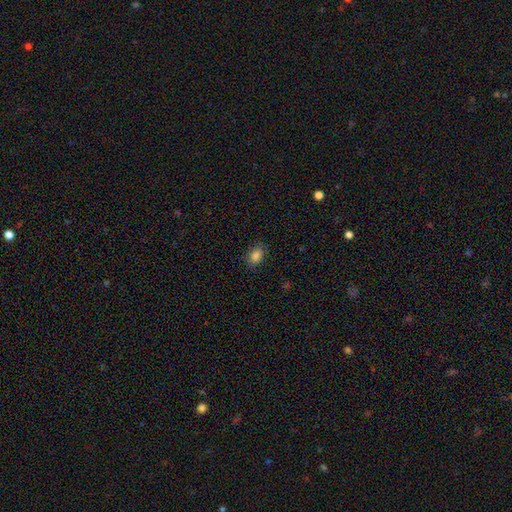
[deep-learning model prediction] Smooth or featured? smooth (86%)
How rounded? in between (82%)
Merging? none (85%)